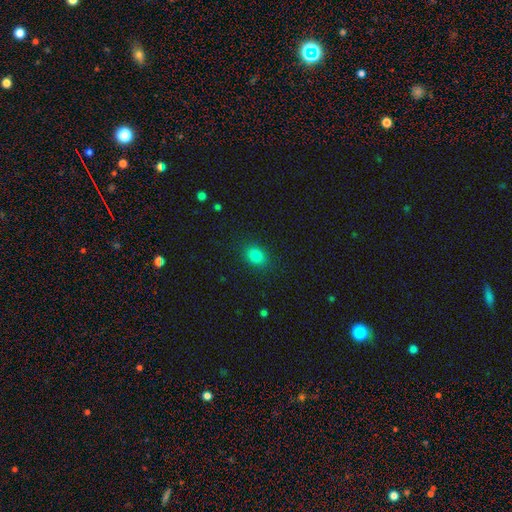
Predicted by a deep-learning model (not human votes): Morphology: type=smooth (84%); roundness=in between (59%); merging=none (87%).